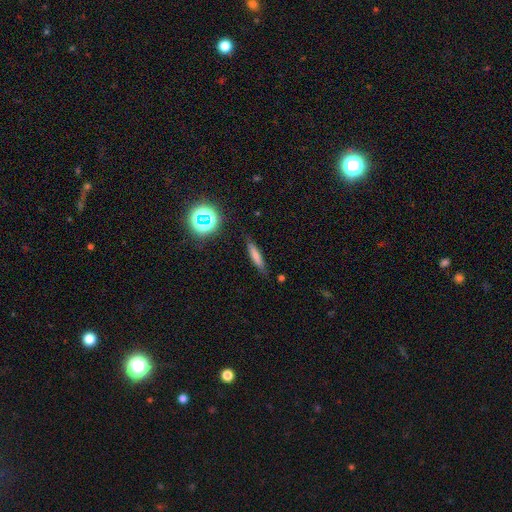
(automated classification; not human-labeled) Smooth or featured? Predicted: smooth (p=0.67). How rounded? Predicted: cigar-shaped (p=0.85). Merging? Predicted: none (p=0.82).